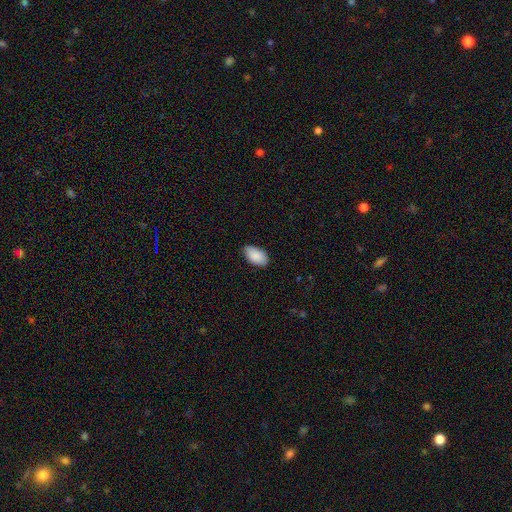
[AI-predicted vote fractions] The model was most divided on "merging": none: 80%, minor disturbance: 17%, major disturbance: 2%, merger: 1%. More confident: how rounded — in between (95%); smooth or featured — smooth (89%).